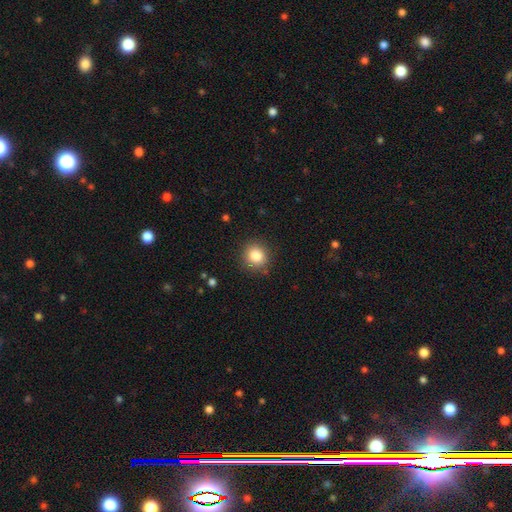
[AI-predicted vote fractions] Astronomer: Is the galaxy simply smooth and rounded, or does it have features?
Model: smooth — 85%.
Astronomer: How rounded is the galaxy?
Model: round — 85%.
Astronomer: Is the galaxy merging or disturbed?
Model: none — 87%.